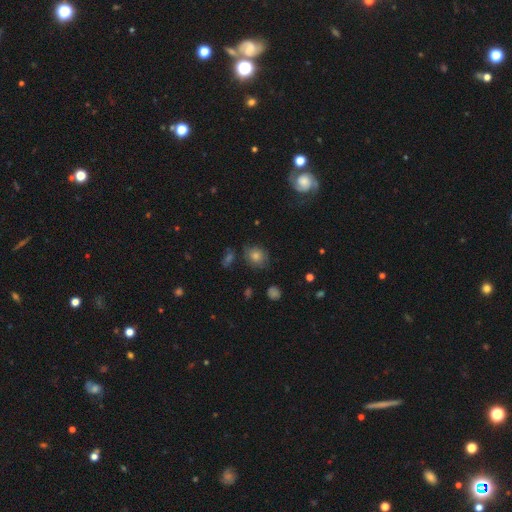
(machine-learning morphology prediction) The model was most divided on "smooth or featured": smooth: 63%, featured or disk: 21%, star or artifact: 16%. More confident: merging — none (75%); how rounded — round (71%).